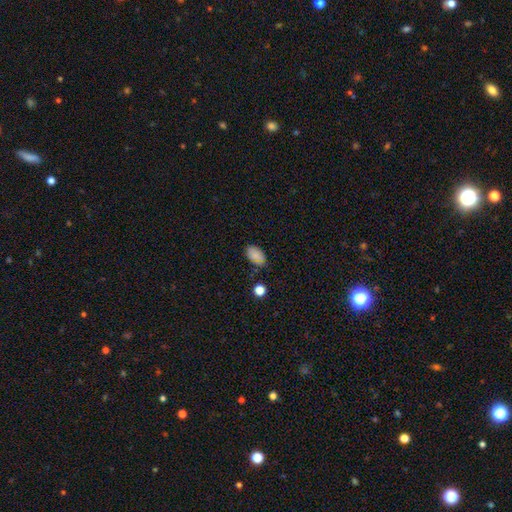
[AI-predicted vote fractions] Smooth or featured? smooth (82%)
How rounded? in between (92%)
Merging? none (76%)